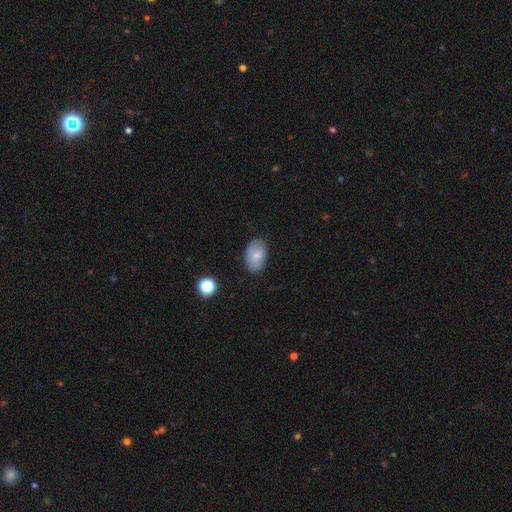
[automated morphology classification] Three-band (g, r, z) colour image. It shows a smooth galaxy with no disk features (74%) that is in between round and cigar-shaped (88%). Merging: none (79%).